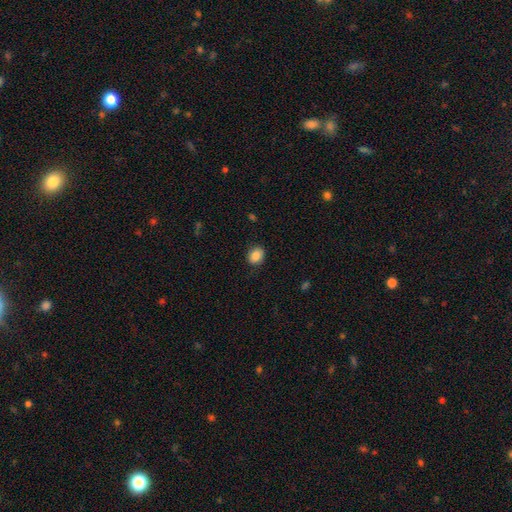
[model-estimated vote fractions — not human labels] This is clearly a smooth galaxy (85%). How rounded: possibly in between (50%). Merging: clearly none (85%).